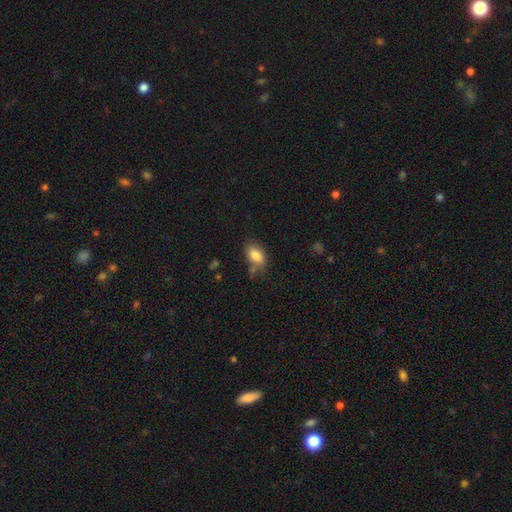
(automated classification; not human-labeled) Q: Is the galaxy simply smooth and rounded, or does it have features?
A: smooth — 82%.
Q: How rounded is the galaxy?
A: in between — 90%.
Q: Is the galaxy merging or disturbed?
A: none — 66%.